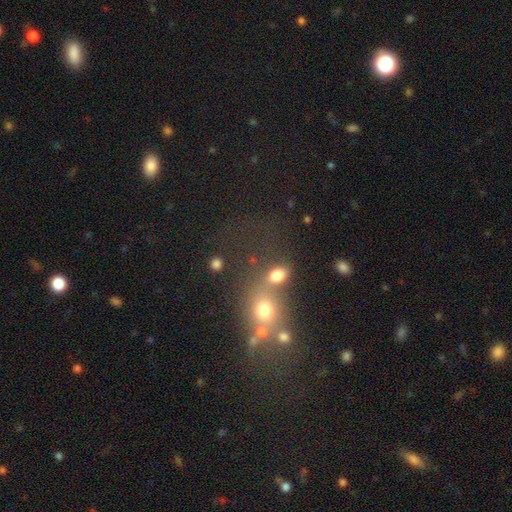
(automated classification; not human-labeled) This appears to be a star or artifact, not a galaxy (40%, tied with smooth).